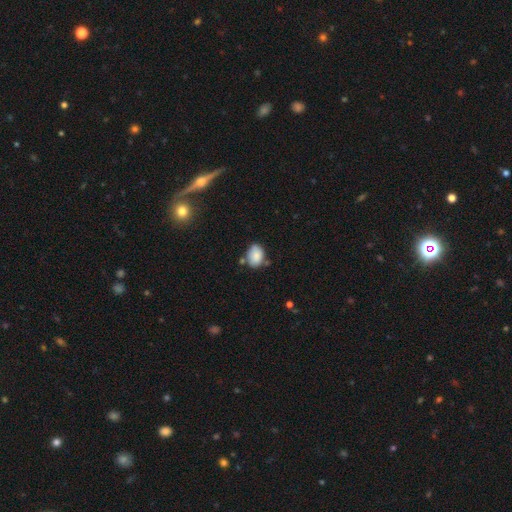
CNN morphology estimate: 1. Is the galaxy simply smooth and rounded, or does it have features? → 84% smooth, 8% star or artifact, 8% featured or disk.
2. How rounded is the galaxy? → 75% in between, 24% round, 1% cigar-shaped.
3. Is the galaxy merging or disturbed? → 62% none, 23% minor disturbance, 10% merger, 5% major disturbance.